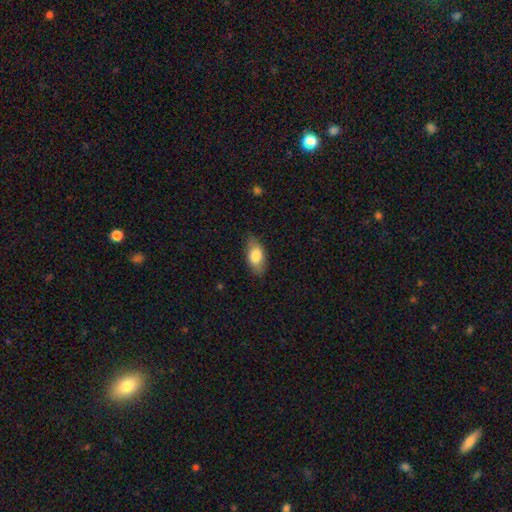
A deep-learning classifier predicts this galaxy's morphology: Smooth or featured: smooth — 78% (featured or disk — 16%)
How rounded: in between — 89% (cigar-shaped — 7%)
Merging: none — 81% (minor disturbance — 15%)